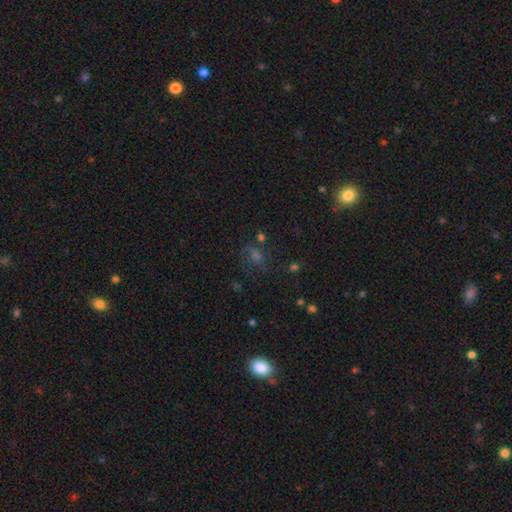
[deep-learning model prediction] Morphology: type=star or artifact (41%).